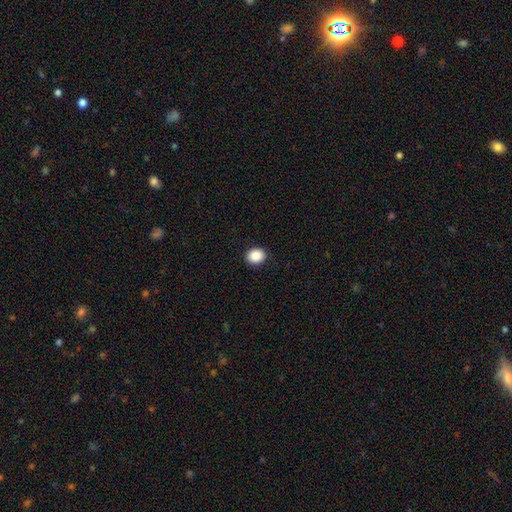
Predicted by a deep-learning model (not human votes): This is clearly a smooth galaxy (88%). How rounded: likely round (67%). Merging: clearly none (92%).